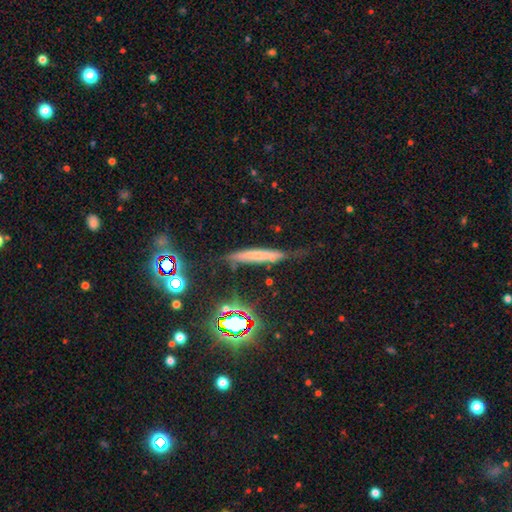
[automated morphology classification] smooth-or-featured: smooth: 51% | featured or disk: 31% | star or artifact: 18%
  how-rounded: cigar-shaped: 91% | in between: 6% | round: 3%
  merging: none: 61% | minor disturbance: 26% | major disturbance: 9% | merger: 4%